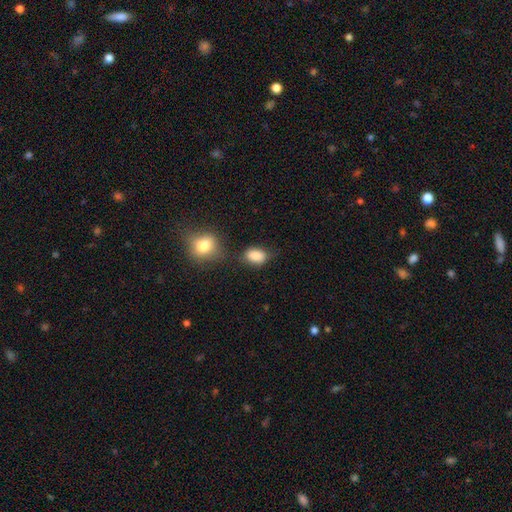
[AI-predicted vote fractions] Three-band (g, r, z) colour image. It shows a smooth galaxy with no disk features (86%) that is in between round and cigar-shaped (80%). Merging: none (60%).